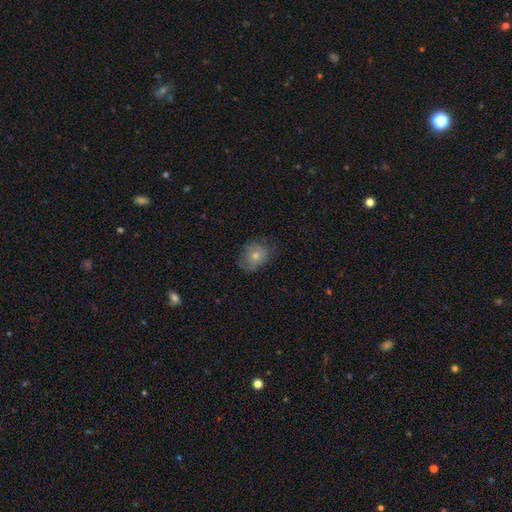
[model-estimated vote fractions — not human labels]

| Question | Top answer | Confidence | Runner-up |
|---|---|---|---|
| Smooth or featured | smooth | 57% | featured or disk (29%) |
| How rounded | round | 50% | in between (49%) |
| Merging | none | 69% | minor disturbance (22%) |